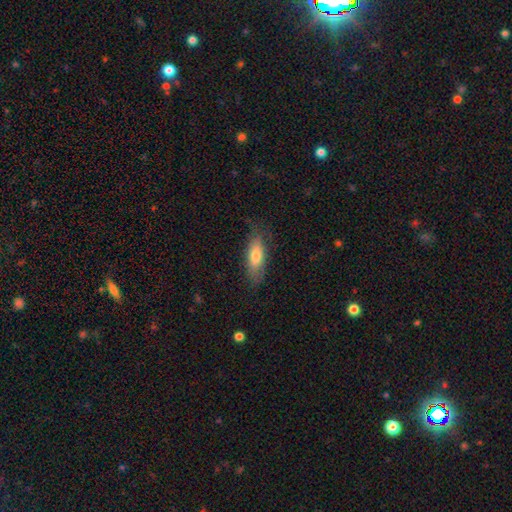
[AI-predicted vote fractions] The model was most divided on "how rounded": in between: 64%, cigar-shaped: 34%, round: 2%. More confident: merging — none (76%); smooth or featured — smooth (71%).